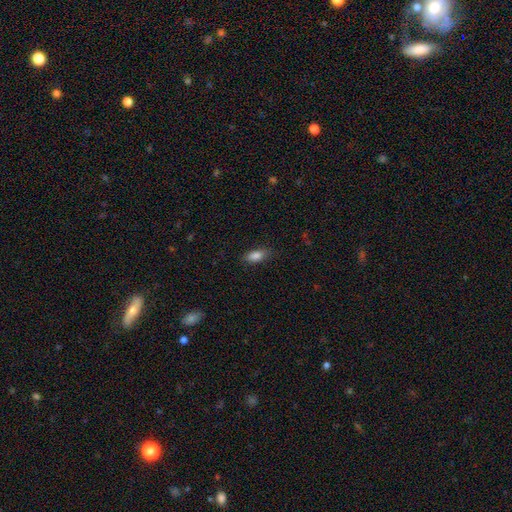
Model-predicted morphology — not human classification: Overall: smooth (85%). How rounded: in between (83%). Merging: none (81%).